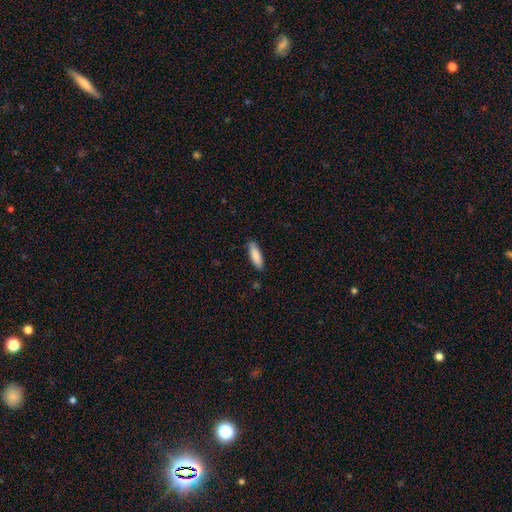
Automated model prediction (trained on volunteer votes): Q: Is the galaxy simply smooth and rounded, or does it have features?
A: smooth — 86%.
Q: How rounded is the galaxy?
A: cigar-shaped — 50%.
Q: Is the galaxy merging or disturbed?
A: none — 86%.